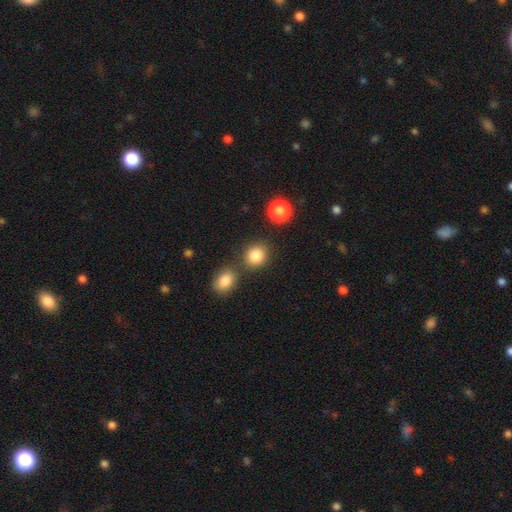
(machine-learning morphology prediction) A smooth galaxy with no disk features (85%) that is round (75%).

Vote fractions:
- Smooth or featured? smooth: 85% / star or artifact: 10% / featured or disk: 5%
- How rounded? round: 75% / in between: 24% / cigar-shaped: 1%
- Merging? none: 73% / merger: 14% / minor disturbance: 9% / major disturbance: 3%